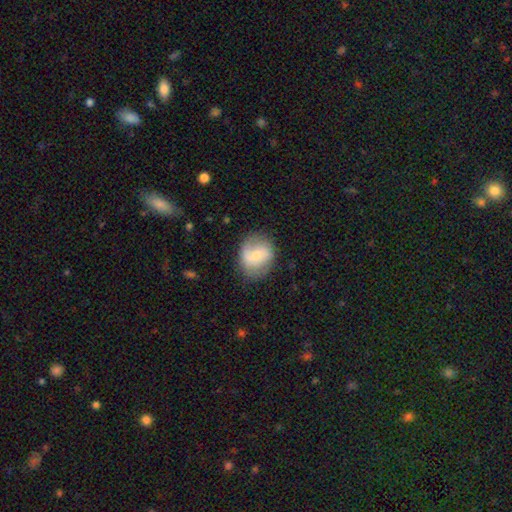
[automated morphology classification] Smooth or featured?
  - featured or disk: 50% *
  - smooth: 42%
  - star or artifact: 7%
Edge-on disk?
  - no: 97% *
  - yes: 3%
Merging?
  - none: 73% *
  - minor disturbance: 19%
  - major disturbance: 7%
  - merger: 1%